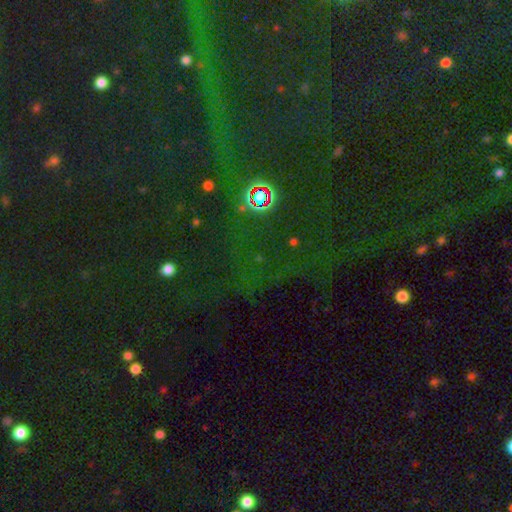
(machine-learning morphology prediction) Smooth or featured? Predicted: star or artifact (p=0.75).